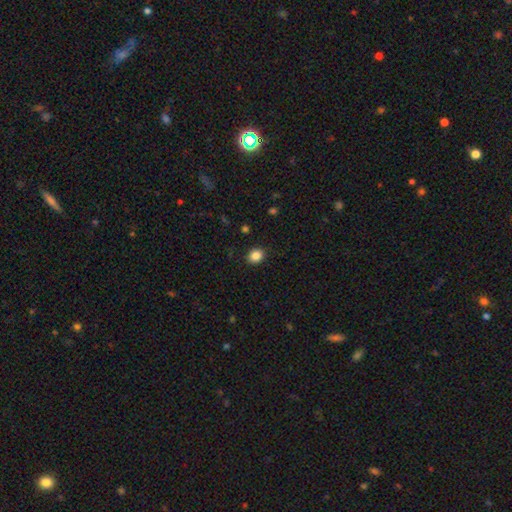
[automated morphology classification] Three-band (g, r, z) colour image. It shows a smooth galaxy with no disk features (86%) that is round (66%). Merging: none (90%).